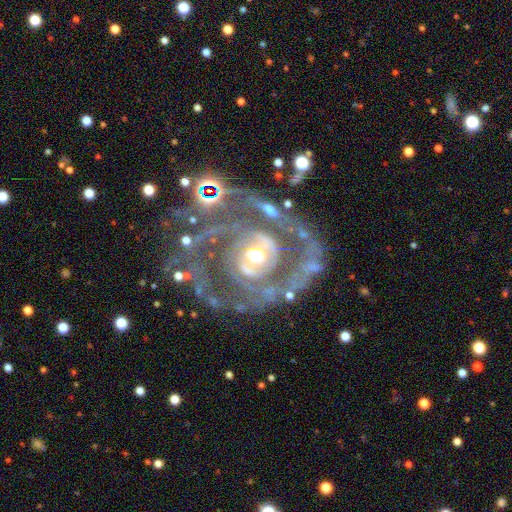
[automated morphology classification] Overall: featured or disk (88%). Edge-on disk: no (97%). Bar: no (53%; weak 29%). Spiral arms: yes (91%). Spiral arm count: 2 (42%; can't tell 17%). Spiral winding: medium (40%, tied with tight). Bulge size: moderate (62%). Merging: none (43%; major disturbance 26%).